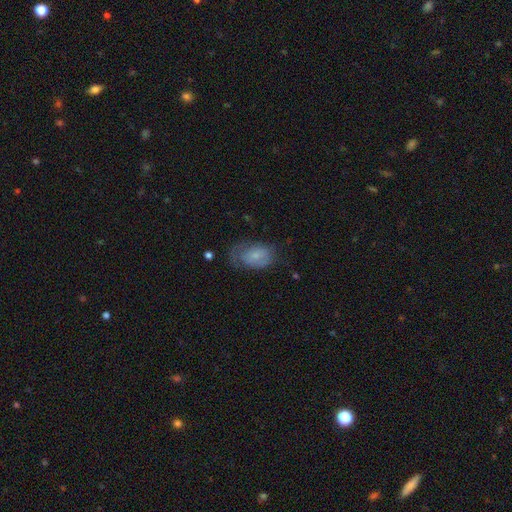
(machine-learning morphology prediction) Q: Smooth or featured?
A: smooth (59%); runner-up: featured or disk (33%)
Q: How rounded?
A: in between (87%); runner-up: round (12%)
Q: Merging?
A: none (45%); runner-up: minor disturbance (31%)